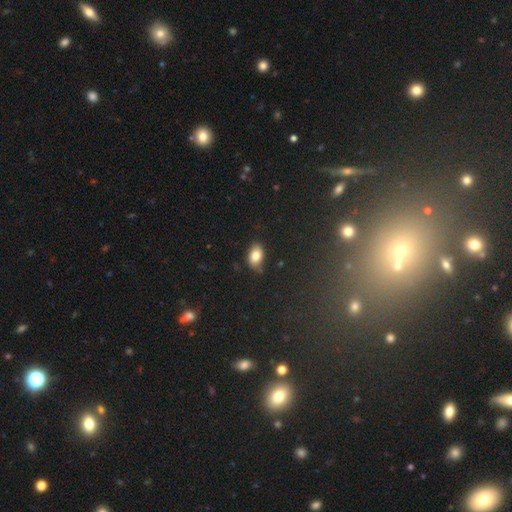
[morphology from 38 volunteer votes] smooth_or_featured: smooth (p=0.95) [alt: featured or disk p=0.05]
how_rounded: in between (p=0.94) [alt: round p=0.06]
merging: none (p=0.74) [alt: minor disturbance p=0.21]